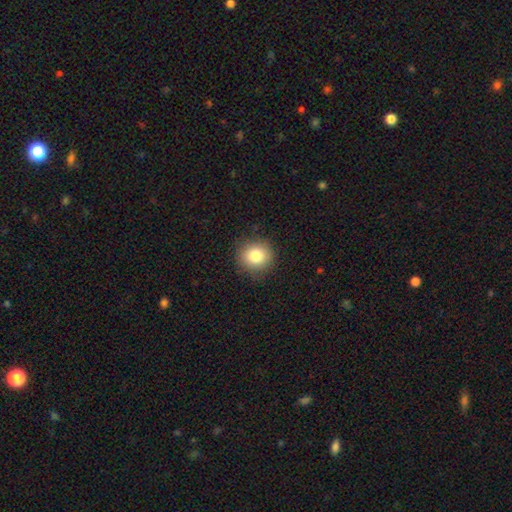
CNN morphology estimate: Q: Smooth or featured?
A: smooth (83%); runner-up: star or artifact (10%)
Q: How rounded?
A: round (89%); runner-up: in between (10%)
Q: Merging?
A: none (89%); runner-up: minor disturbance (8%)